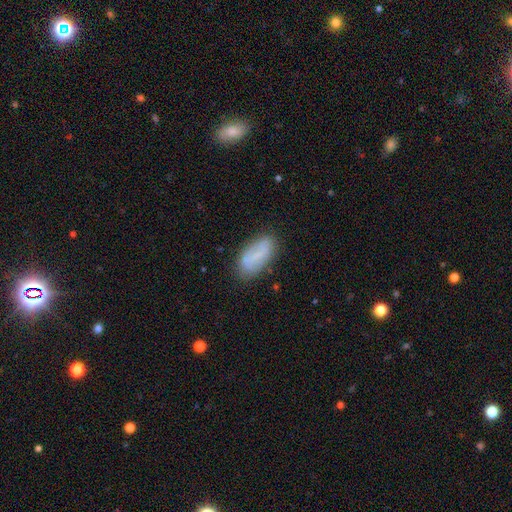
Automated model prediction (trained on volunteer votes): smooth-or-featured: smooth: 62% | featured or disk: 30% | star or artifact: 8%
  how-rounded: in between: 88% | cigar-shaped: 9% | round: 3%
  merging: none: 76% | minor disturbance: 17% | major disturbance: 5% | merger: 2%